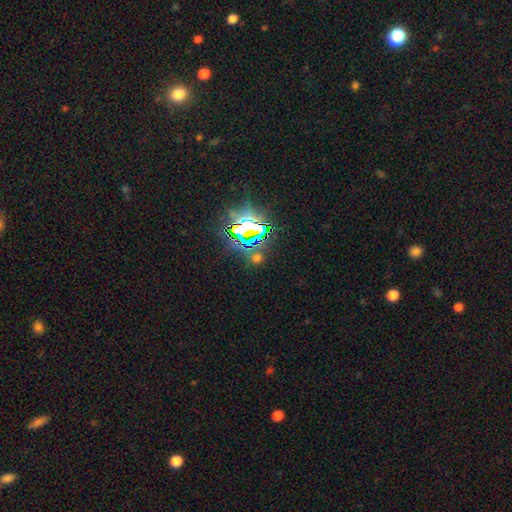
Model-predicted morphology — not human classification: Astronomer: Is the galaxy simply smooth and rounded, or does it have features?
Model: star or artifact — 80%.